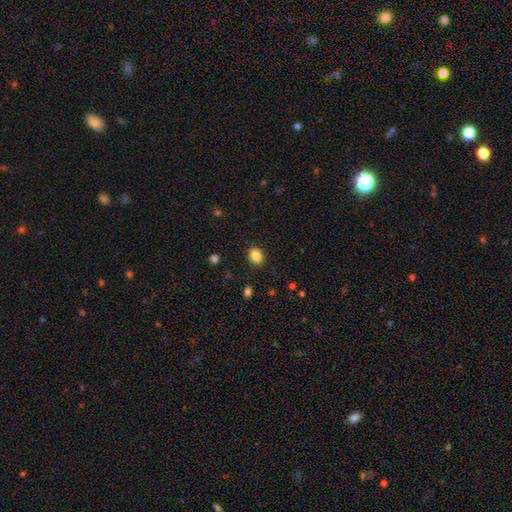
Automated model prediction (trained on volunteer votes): A smooth galaxy with no disk features (87%) that is in between round and cigar-shaped (66%).

Vote fractions:
- Smooth or featured? smooth: 87% / star or artifact: 9% / featured or disk: 3%
- How rounded? in between: 66% / round: 33% / cigar-shaped: 1%
- Merging? none: 88% / minor disturbance: 8% / major disturbance: 2% / merger: 1%